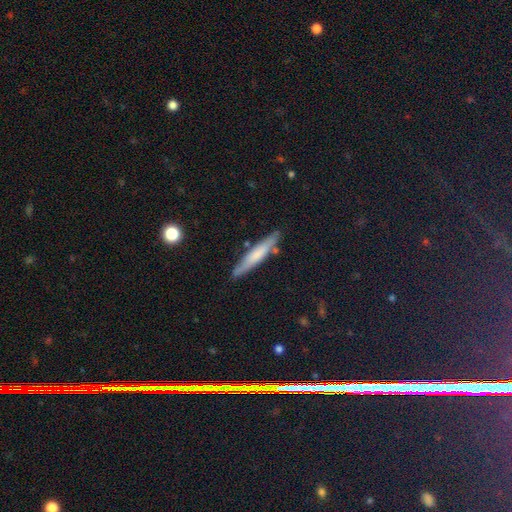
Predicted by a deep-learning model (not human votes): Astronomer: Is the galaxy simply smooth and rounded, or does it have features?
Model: smooth — 50% (runner-up: featured or disk, 40%).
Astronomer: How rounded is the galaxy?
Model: cigar-shaped — 92%.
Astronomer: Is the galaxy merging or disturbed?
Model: none — 85%.